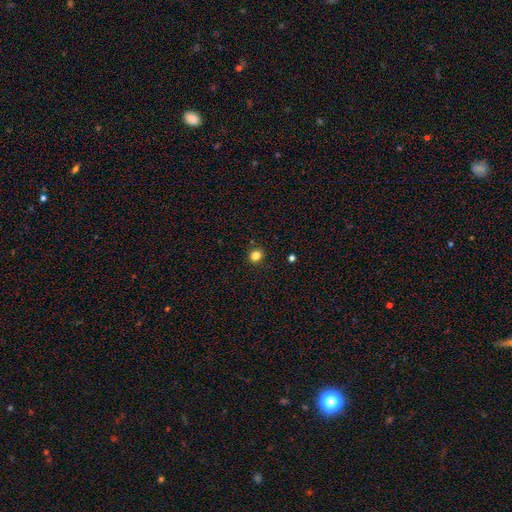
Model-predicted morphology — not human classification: smooth_or_featured: smooth (p=0.83) [alt: star or artifact p=0.13]
how_rounded: round (p=0.83) [alt: in between p=0.16]
merging: none (p=0.90) [alt: minor disturbance p=0.06]